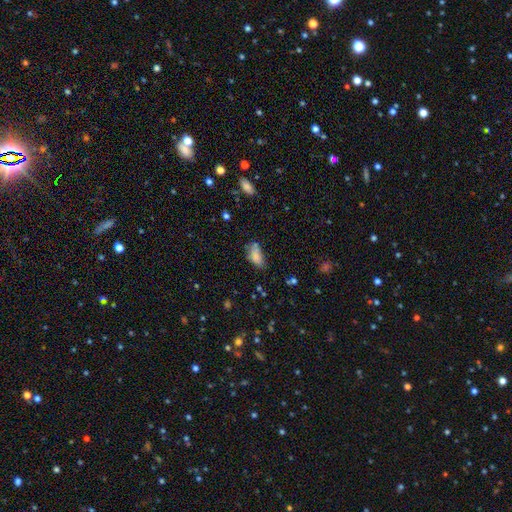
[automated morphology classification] smooth-or-featured: smooth: 78% | featured or disk: 11% | star or artifact: 10%
  how-rounded: in between: 88% | cigar-shaped: 8% | round: 4%
  merging: none: 50% | minor disturbance: 28% | merger: 12% | major disturbance: 10%